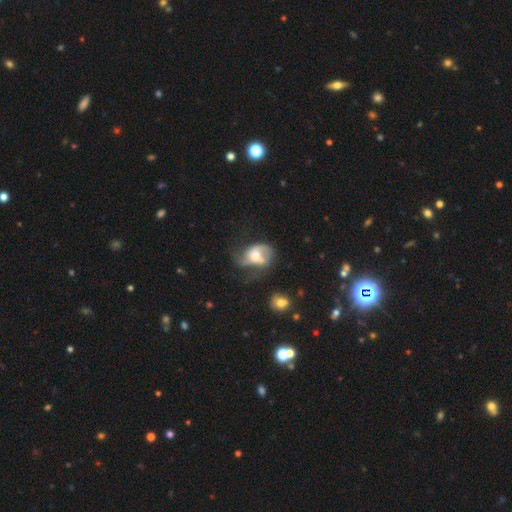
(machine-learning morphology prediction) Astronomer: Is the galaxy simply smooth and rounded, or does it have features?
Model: featured or disk — 53% (runner-up: smooth, 38%).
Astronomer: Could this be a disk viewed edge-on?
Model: no — 96%.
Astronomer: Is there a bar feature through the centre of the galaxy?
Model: no — 69%.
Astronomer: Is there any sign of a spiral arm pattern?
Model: yes — 57% (runner-up: no, 43%).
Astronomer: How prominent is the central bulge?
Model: moderate — 47% (runner-up: large, 24%).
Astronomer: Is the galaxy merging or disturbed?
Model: major disturbance — 39% (runner-up: none, 23%).